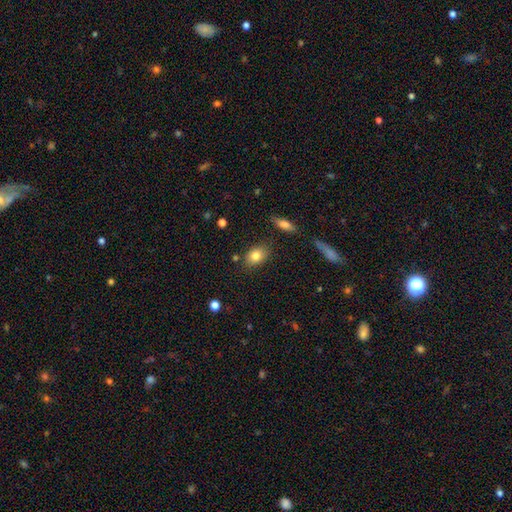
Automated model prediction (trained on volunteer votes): Overall: smooth (81%). How rounded: in between (74%). Merging: none (80%).